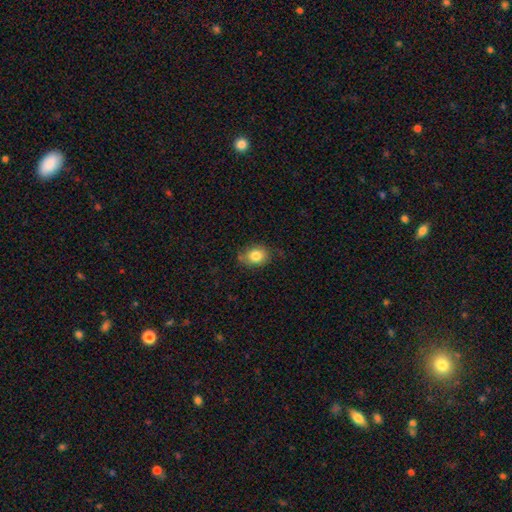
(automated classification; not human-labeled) smooth 82%, featured or disk 9%, star or artifact 9%. Down the decision tree: how rounded — in between (52%); merging — none (72%).